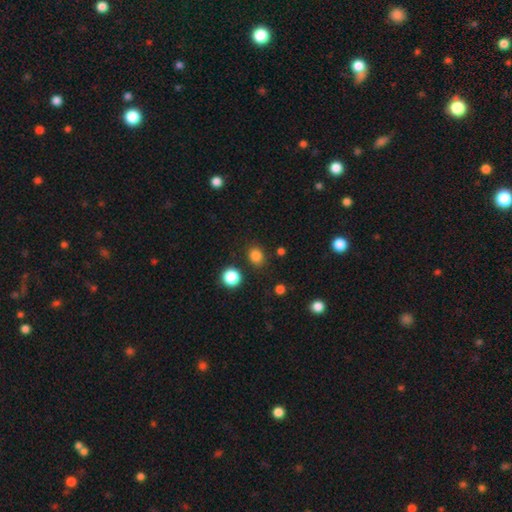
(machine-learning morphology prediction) This appears to be a smooth galaxy with no disk features (82%) that is round (69%). Merging: none (84%).